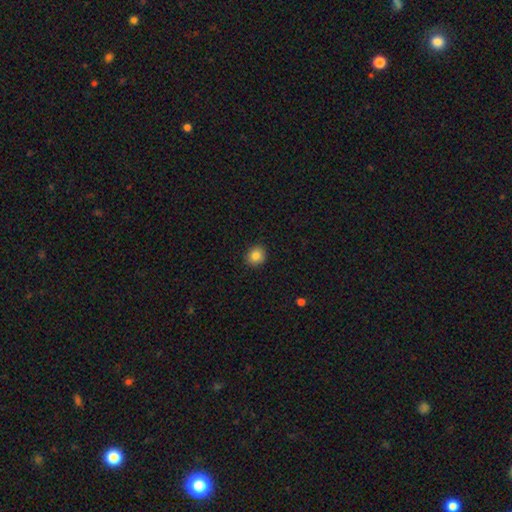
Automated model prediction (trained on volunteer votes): smooth_or_featured: smooth (p=0.83) [alt: star or artifact p=0.10]
how_rounded: round (p=0.75) [alt: in between p=0.24]
merging: none (p=0.90) [alt: minor disturbance p=0.07]